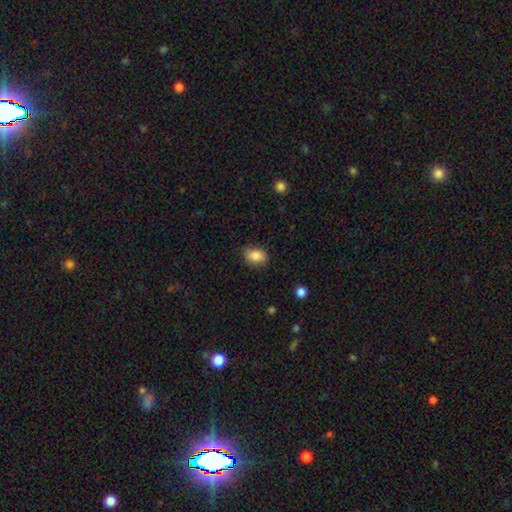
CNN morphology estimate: This appears to be a smooth galaxy with no disk features (86%) that is in between round and cigar-shaped (74%). Merging: none (73%).